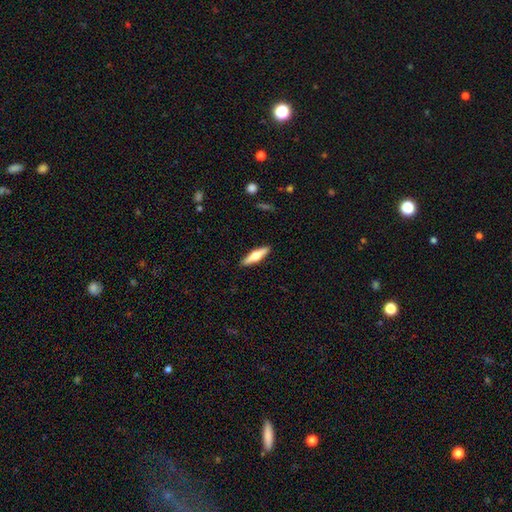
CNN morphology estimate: smooth_or_featured: smooth (p=0.49) [alt: featured or disk p=0.46]
merging: none (p=0.91) [alt: minor disturbance p=0.07]